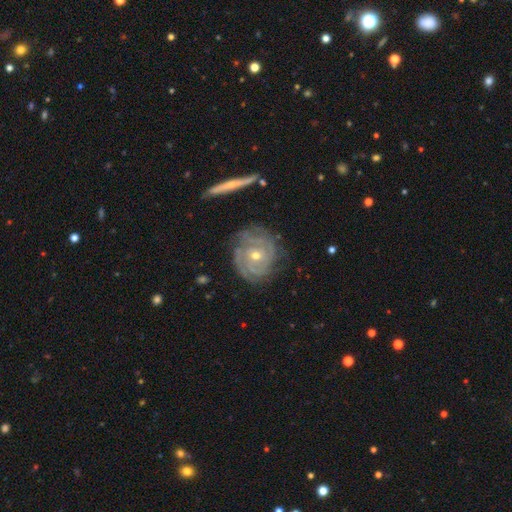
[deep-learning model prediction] A featured or disk galaxy (86%) with no bar (76%), tight (76%) spiral arms (94%) and a small central bulge (49%). Merging: none (74%).